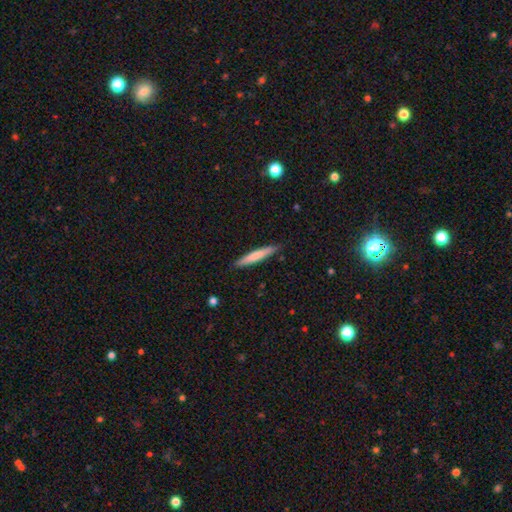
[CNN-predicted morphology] A smooth galaxy with no disk features (72%) that is cigar-shaped (94%). Merging: none (87%).